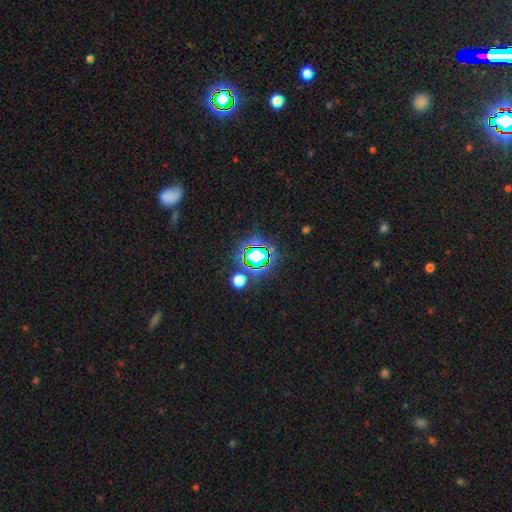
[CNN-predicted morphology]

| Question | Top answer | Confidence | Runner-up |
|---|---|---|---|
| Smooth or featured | star or artifact | 66% | smooth (22%) |